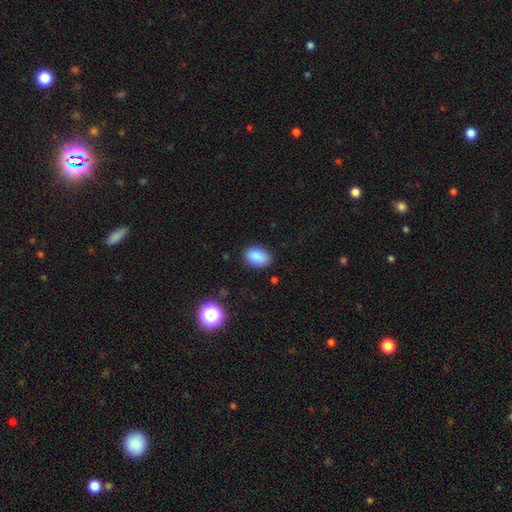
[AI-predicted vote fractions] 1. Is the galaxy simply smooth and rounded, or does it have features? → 84% smooth, 9% star or artifact, 7% featured or disk.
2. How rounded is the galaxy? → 82% in between, 16% round, 1% cigar-shaped.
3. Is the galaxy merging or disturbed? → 83% none, 13% minor disturbance, 3% major disturbance, 2% merger.